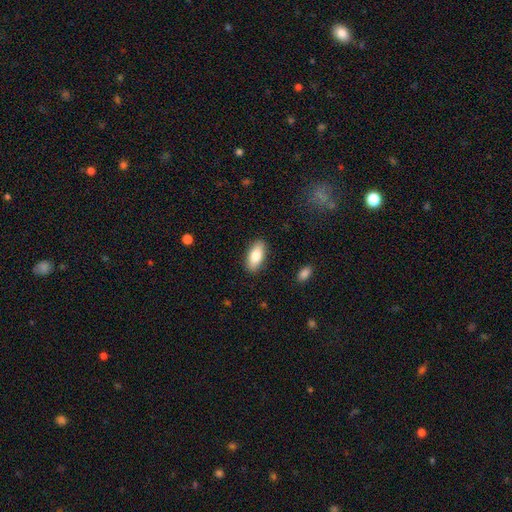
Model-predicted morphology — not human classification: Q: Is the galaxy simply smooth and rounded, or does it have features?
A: smooth — 82%.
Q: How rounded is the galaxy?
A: in between — 87%.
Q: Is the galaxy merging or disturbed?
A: none — 88%.